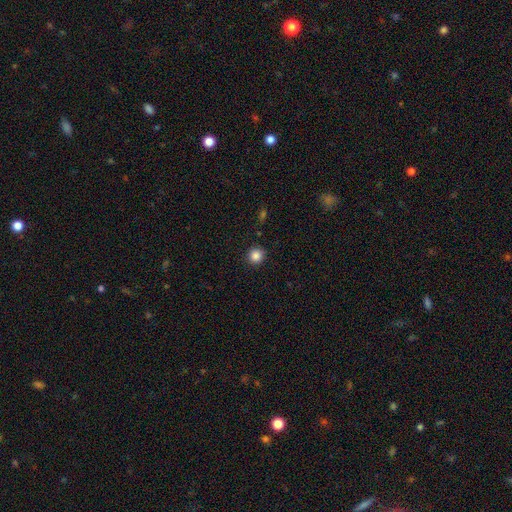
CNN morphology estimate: smooth-or-featured: smooth: 85% | star or artifact: 11% | featured or disk: 4%
  how-rounded: round: 93% | in between: 6% | cigar-shaped: 1%
  merging: none: 91% | minor disturbance: 6% | major disturbance: 2% | merger: 1%